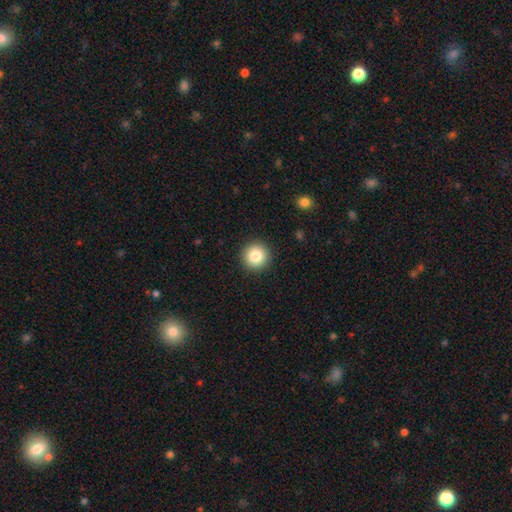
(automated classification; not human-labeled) A smooth galaxy with no disk features (83%) that is round (96%). Merging: none (93%).